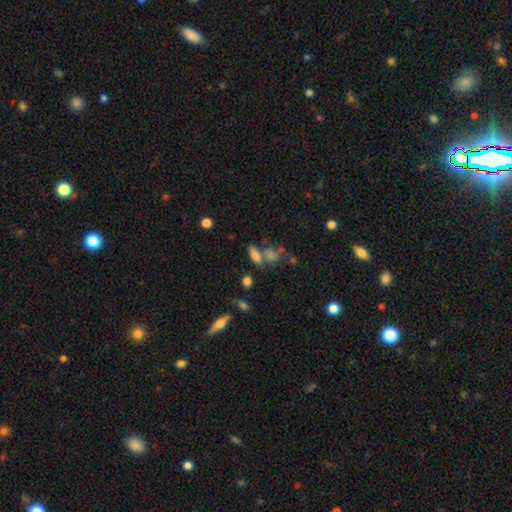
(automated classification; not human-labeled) A smooth galaxy with no disk features (71%) that is in between round and cigar-shaped (70%). Merging: none (45%).